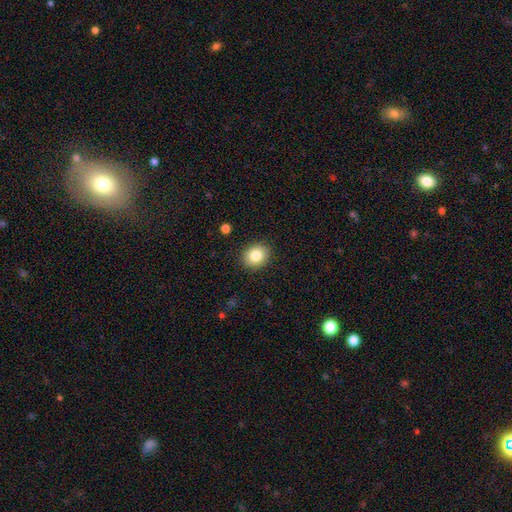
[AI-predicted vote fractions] Morphology: type=smooth (83%); roundness=round (61%); merging=none (89%).